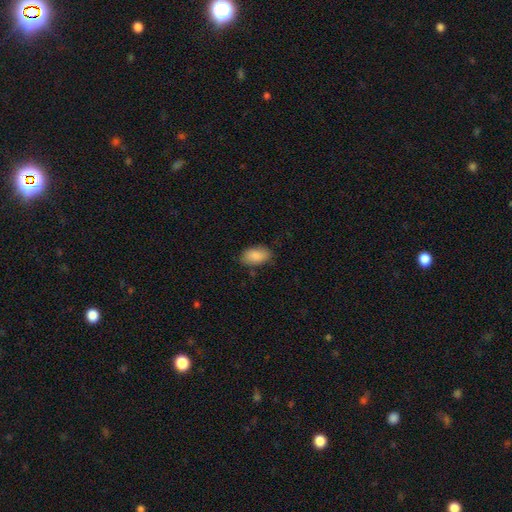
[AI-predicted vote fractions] Smooth or featured? Predicted: smooth (p=0.88). How rounded? Predicted: in between (p=0.93). Merging? Predicted: none (p=0.80).